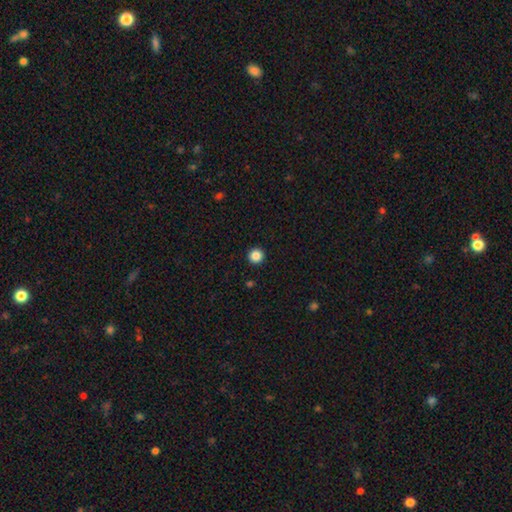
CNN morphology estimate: Smooth or featured?
  - smooth: 86% *
  - star or artifact: 11%
  - featured or disk: 3%
How rounded?
  - round: 97% *
  - in between: 3%
  - cigar-shaped: 1%
Merging?
  - none: 94% *
  - minor disturbance: 4%
  - major disturbance: 1%
  - merger: 1%